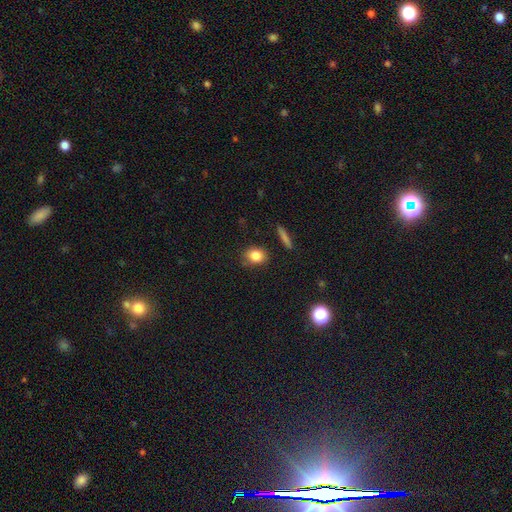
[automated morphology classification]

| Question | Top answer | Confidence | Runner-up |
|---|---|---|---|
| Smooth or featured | smooth | 83% | star or artifact (10%) |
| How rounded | round | 57% | in between (41%) |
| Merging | none | 78% | minor disturbance (16%) |